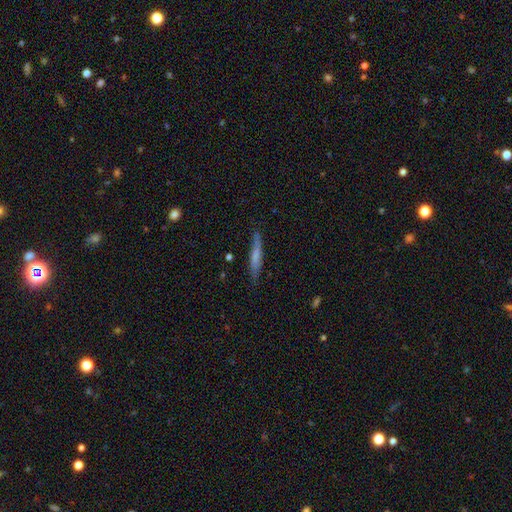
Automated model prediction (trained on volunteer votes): Smooth or featured?
  - smooth: 57% *
  - featured or disk: 37%
  - star or artifact: 6%
How rounded?
  - cigar-shaped: 93% *
  - in between: 5%
  - round: 2%
Merging?
  - none: 79% *
  - minor disturbance: 16%
  - major disturbance: 3%
  - merger: 2%